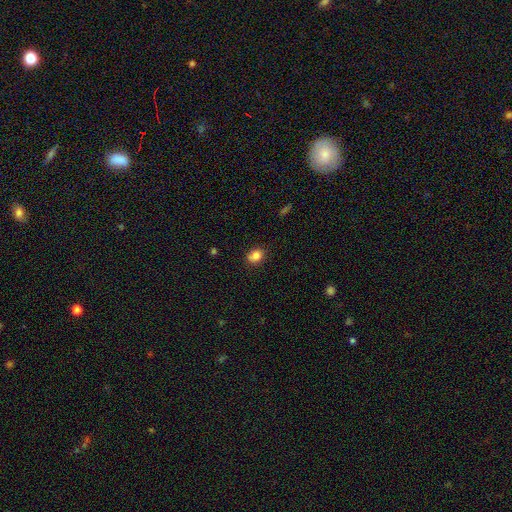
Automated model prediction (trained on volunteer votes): smooth_or_featured: smooth (p=0.83) [alt: star or artifact p=0.11]
how_rounded: round (p=0.58) [alt: in between p=0.41]
merging: none (p=0.79) [alt: minor disturbance p=0.16]